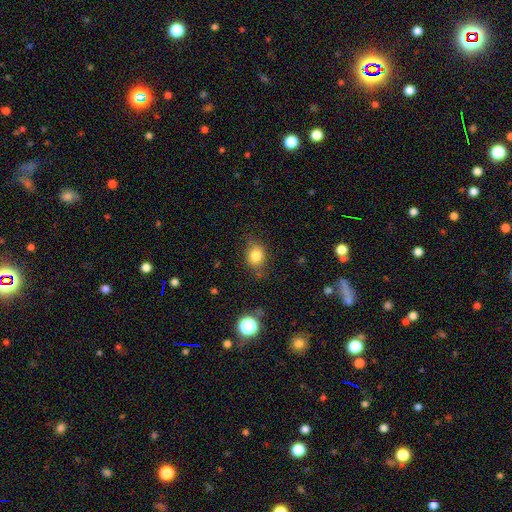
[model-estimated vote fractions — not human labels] This is clearly a smooth galaxy (81%). How rounded: possibly round (52%). Merging: likely none (72%).